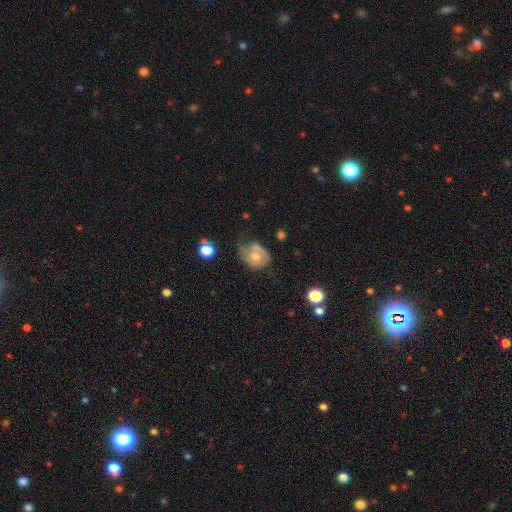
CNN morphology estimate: Q: Smooth or featured?
A: smooth (48%); runner-up: featured or disk (43%)
Q: Merging?
A: none (33%); runner-up: minor disturbance (32%)